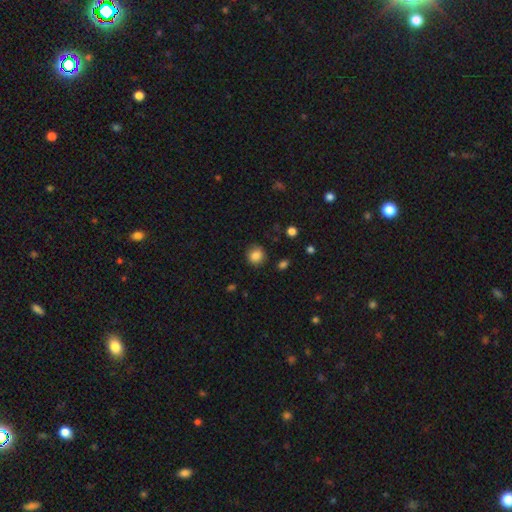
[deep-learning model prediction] Overall: smooth (85%). How rounded: round (87%). Merging: none (86%).